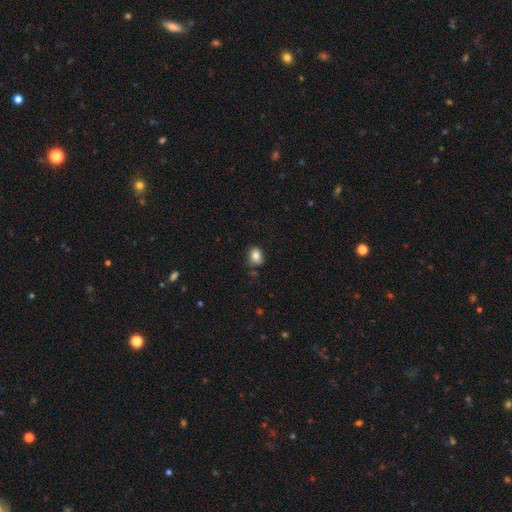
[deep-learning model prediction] Overall: smooth (84%). How rounded: in between (57%; round 42%). Merging: none (74%).